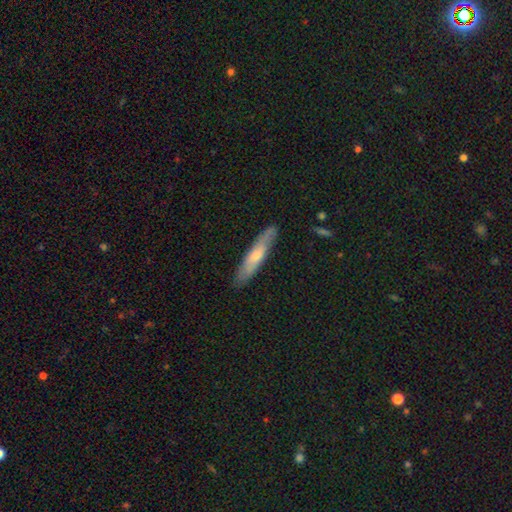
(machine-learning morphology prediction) The model was most divided on "smooth or featured": smooth: 54%, featured or disk: 40%, star or artifact: 6%. More confident: how rounded — cigar-shaped (87%); merging — none (86%).